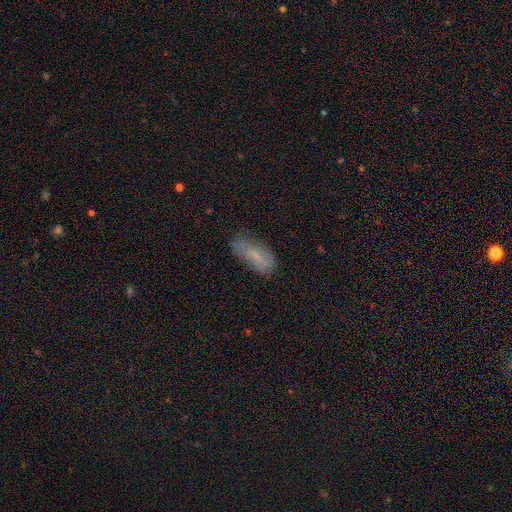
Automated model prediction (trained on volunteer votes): smooth_or_featured: smooth (p=0.58) [alt: featured or disk p=0.31]
how_rounded: in between (p=0.82) [alt: cigar-shaped p=0.15]
merging: none (p=0.67) [alt: minor disturbance p=0.24]